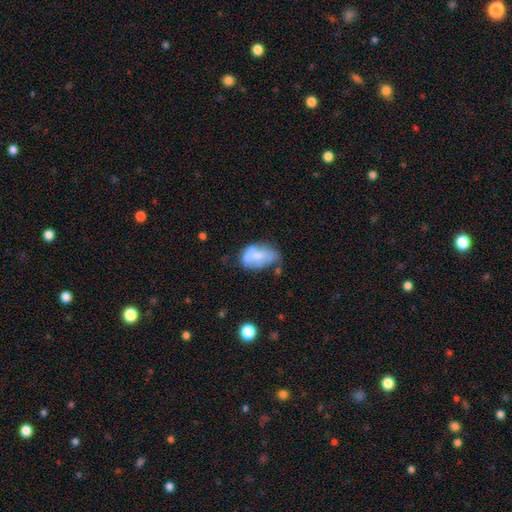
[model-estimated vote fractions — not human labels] Smooth or featured?
  - smooth: 54% *
  - featured or disk: 37%
  - star or artifact: 9%
How rounded?
  - in between: 87% *
  - round: 12%
  - cigar-shaped: 2%
Merging?
  - minor disturbance: 32% *
  - none: 30%
  - major disturbance: 21%
  - merger: 17%